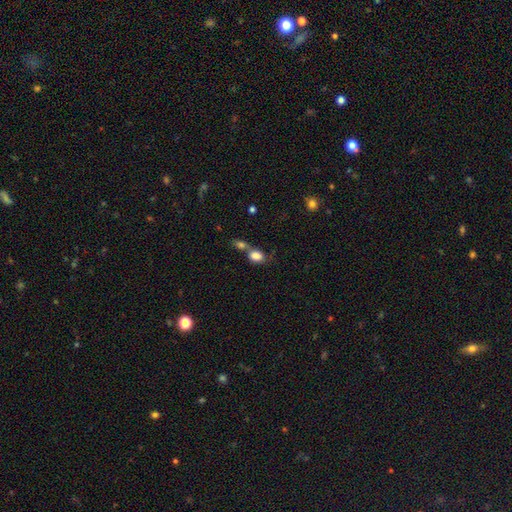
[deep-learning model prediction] Smooth or featured? Predicted: smooth (p=0.82). How rounded? Predicted: in between (p=0.65). Merging? Predicted: merger (p=0.53).